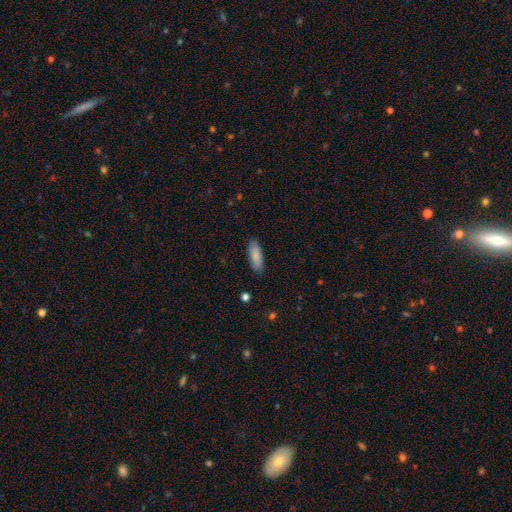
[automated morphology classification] The model was most divided on "how rounded": in between: 56%, cigar-shaped: 42%, round: 2%. More confident: merging — none (88%); smooth or featured — smooth (88%).